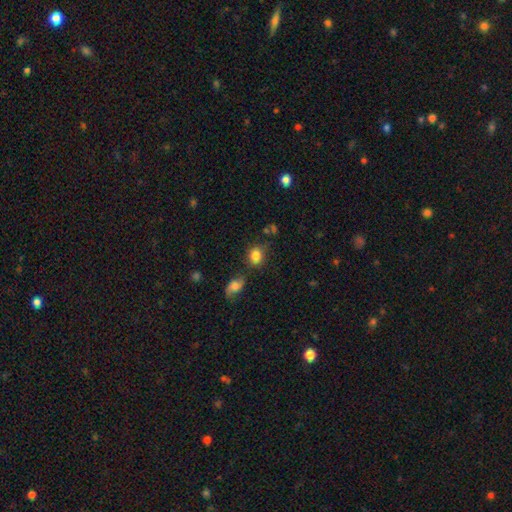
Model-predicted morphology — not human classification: This appears to be a smooth galaxy with no disk features (83%) that is in between round and cigar-shaped (51%). Merging: none (70%).